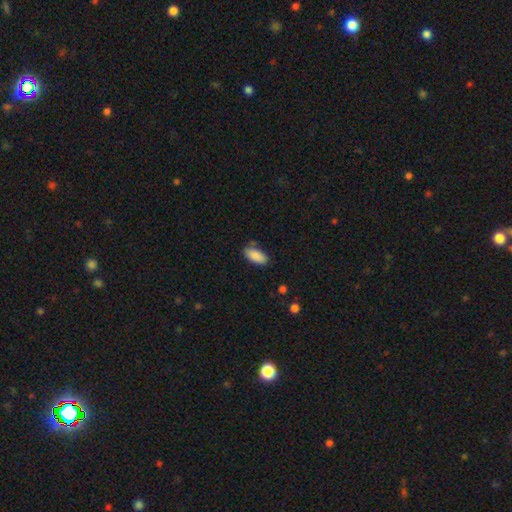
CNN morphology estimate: type=smooth (88%); roundness=in between (90%); merging=none (72%).